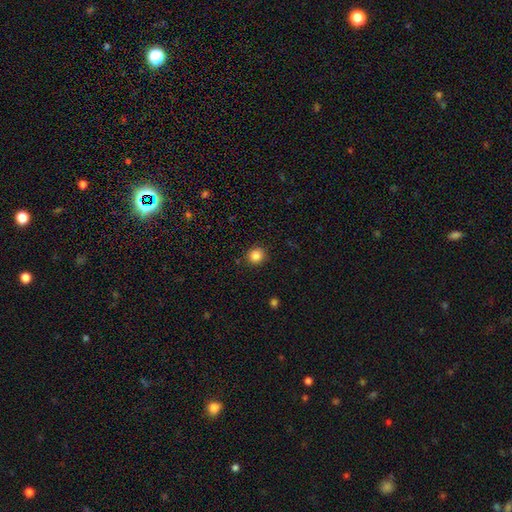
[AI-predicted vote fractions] A smooth galaxy with no disk features (85%) that is round (88%).

Vote fractions:
- Smooth or featured? smooth: 85% / star or artifact: 11% / featured or disk: 4%
- How rounded? round: 88% / in between: 11% / cigar-shaped: 1%
- Merging? none: 90% / minor disturbance: 7% / major disturbance: 2% / merger: 1%